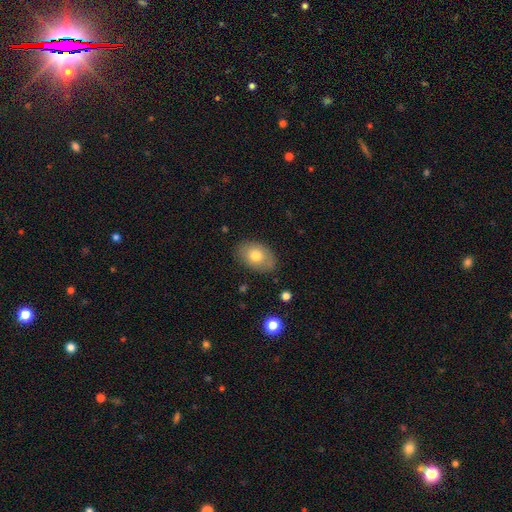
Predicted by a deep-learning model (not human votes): A smooth galaxy with no disk features (73%) that is in between round and cigar-shaped (84%). Merging: none (83%).